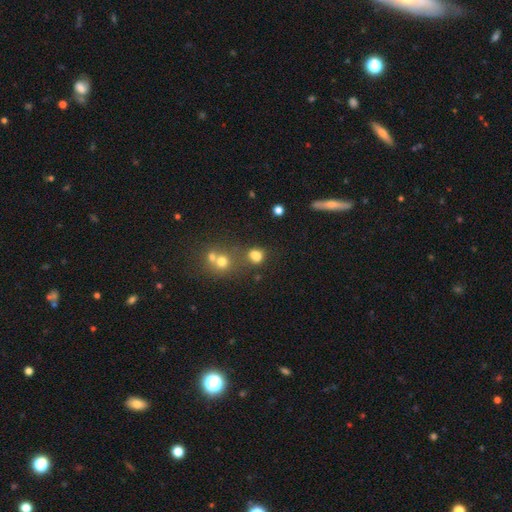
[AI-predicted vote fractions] Overall: smooth (74%). How rounded: round (53%; in between 45%). Merging: none (49%; merger 30%).